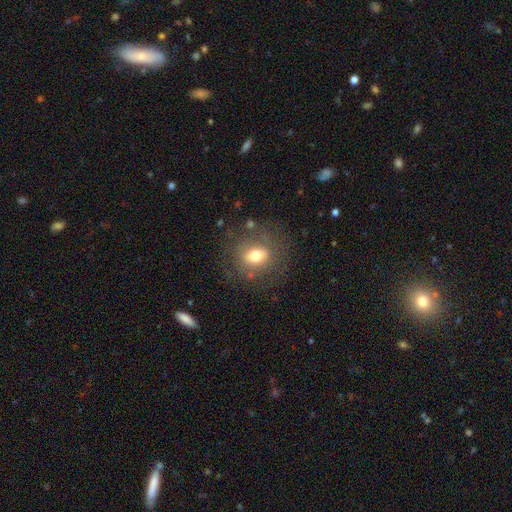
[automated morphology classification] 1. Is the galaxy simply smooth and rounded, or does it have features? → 65% smooth, 24% featured or disk, 12% star or artifact.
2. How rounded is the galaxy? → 64% round, 35% in between, 1% cigar-shaped.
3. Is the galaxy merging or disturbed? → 74% none, 14% minor disturbance, 9% major disturbance, 2% merger.